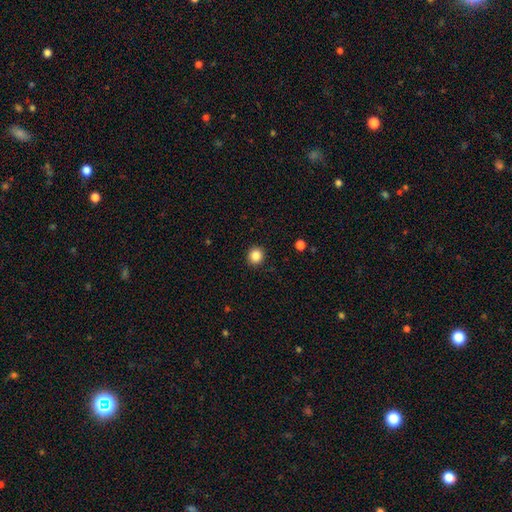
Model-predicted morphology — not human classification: Smooth or featured: smooth — 86% (star or artifact — 11%)
How rounded: round — 88% (in between — 11%)
Merging: none — 92% (minor disturbance — 5%)